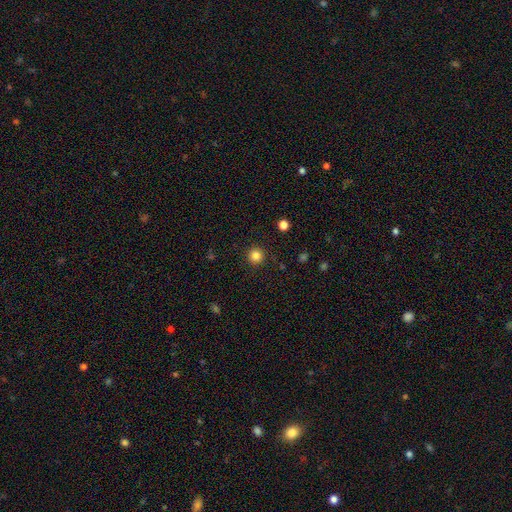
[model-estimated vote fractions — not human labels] A smooth galaxy with no disk features (84%) that is round (95%).

Vote fractions:
- Smooth or featured? smooth: 84% / star or artifact: 12% / featured or disk: 4%
- How rounded? round: 95% / in between: 4% / cigar-shaped: 1%
- Merging? none: 92% / minor disturbance: 5% / major disturbance: 2% / merger: 1%